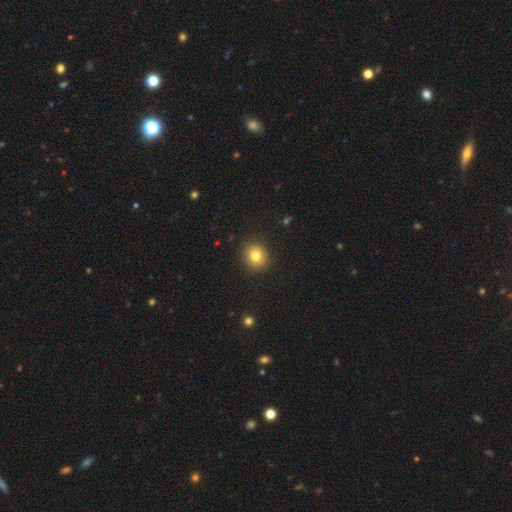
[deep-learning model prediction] Smooth or featured? Predicted: smooth (p=0.79). How rounded? Predicted: round (p=0.79). Merging? Predicted: none (p=0.90).